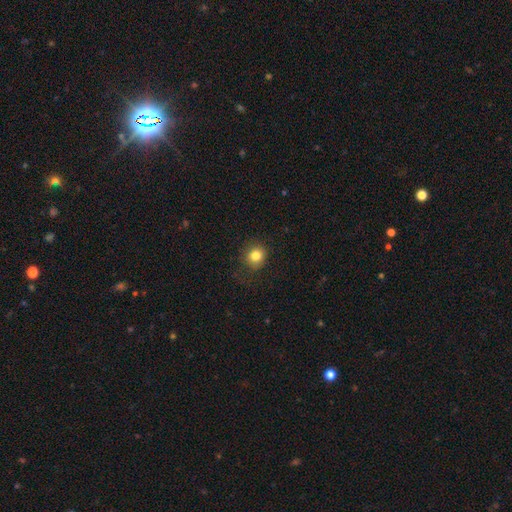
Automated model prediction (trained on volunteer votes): The model was most divided on "how rounded": round: 81%, in between: 18%, cigar-shaped: 1%. More confident: smooth or featured — smooth (82%); merging — none (82%).